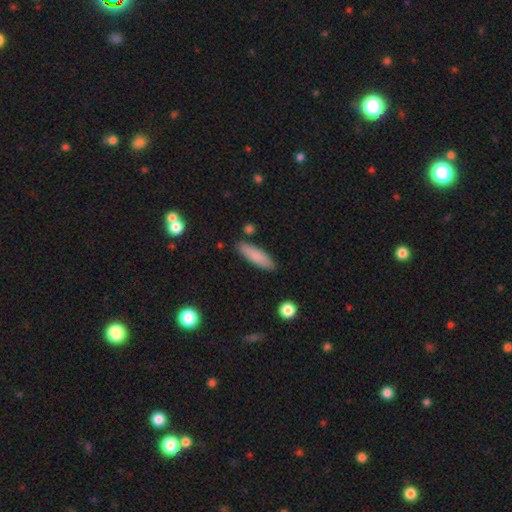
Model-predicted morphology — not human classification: The model was most divided on "how rounded": cigar-shaped: 63%, in between: 35%, round: 2%. More confident: merging — none (85%); smooth or featured — smooth (83%).